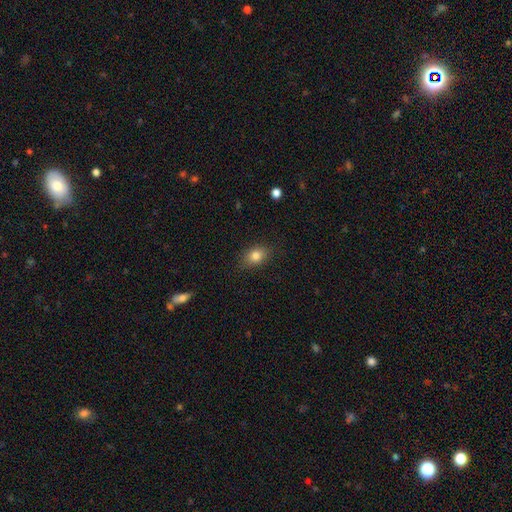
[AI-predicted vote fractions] Morphology: type=smooth (81%); roundness=in between (71%); merging=none (84%).